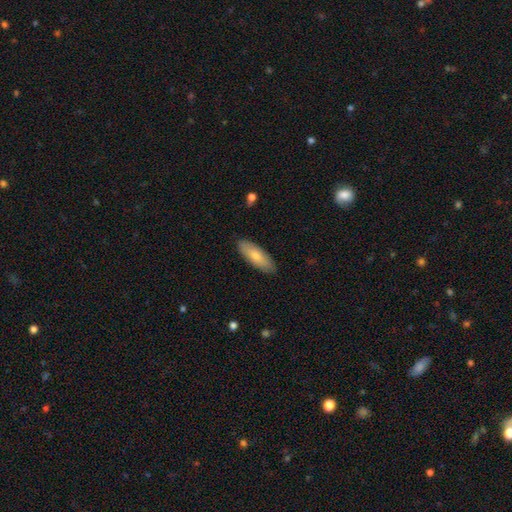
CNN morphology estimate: smooth-or-featured: smooth: 75% | featured or disk: 19% | star or artifact: 5%
  how-rounded: in between: 67% | cigar-shaped: 32% | round: 2%
  merging: none: 88% | minor disturbance: 9% | major disturbance: 2% | merger: 1%